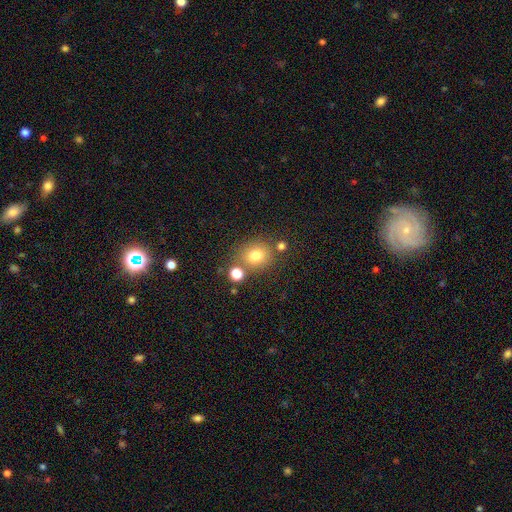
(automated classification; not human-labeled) smooth_or_featured: smooth (p=0.76) [alt: star or artifact p=0.14]
how_rounded: round (p=0.78) [alt: in between p=0.21]
merging: none (p=0.72) [alt: merger p=0.12]